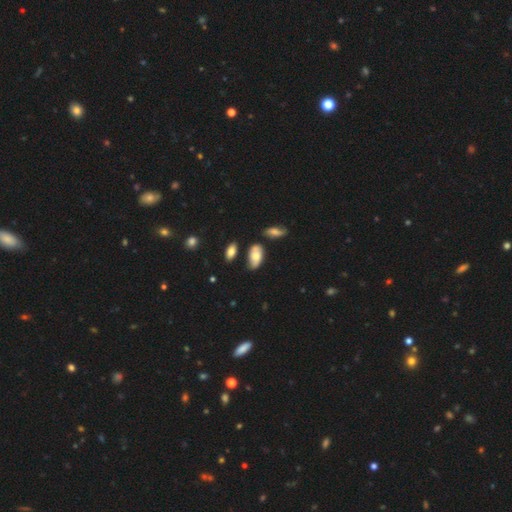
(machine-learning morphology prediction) A smooth galaxy with no disk features (68%) that is in between round and cigar-shaped (93%). Merging: none (61%).